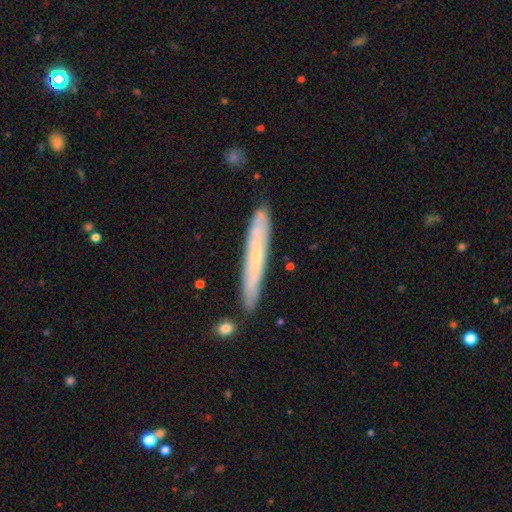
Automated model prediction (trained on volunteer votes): Morphology: type=featured or disk (52%); edge-on=yes (79%); merging=none (84%).